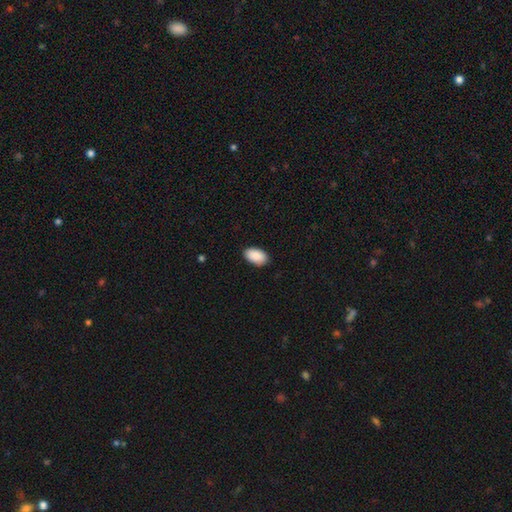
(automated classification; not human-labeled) smooth_or_featured: smooth (p=0.91) [alt: star or artifact p=0.06]
how_rounded: in between (p=0.95) [alt: round p=0.04]
merging: none (p=0.88) [alt: minor disturbance p=0.09]